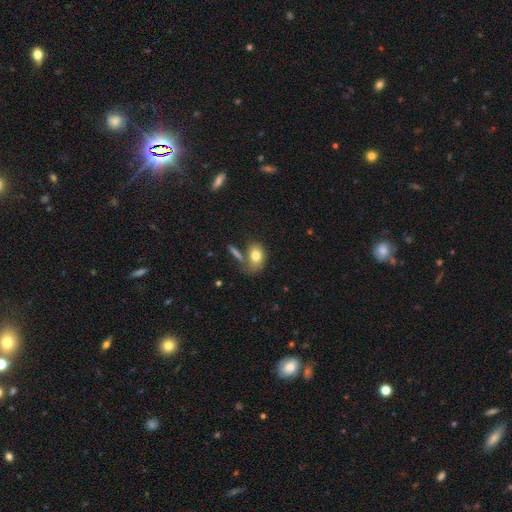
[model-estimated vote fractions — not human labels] This appears to be a smooth galaxy with no disk features (75%) that is in between round and cigar-shaped (73%). Merging: none (46%).